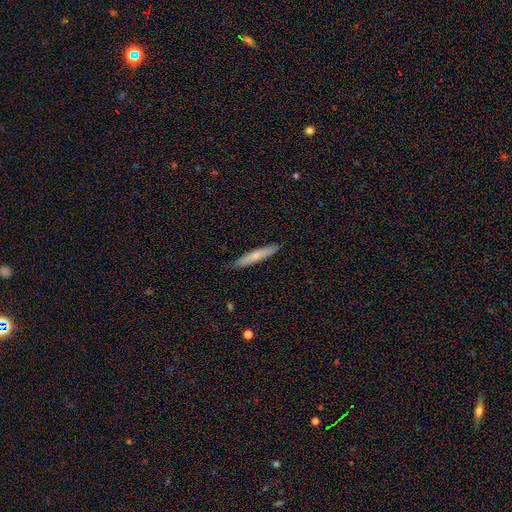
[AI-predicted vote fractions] Smooth or featured?
  - smooth: 64% *
  - featured or disk: 31%
  - star or artifact: 6%
How rounded?
  - cigar-shaped: 91% *
  - in between: 7%
  - round: 1%
Merging?
  - none: 87% *
  - minor disturbance: 10%
  - major disturbance: 2%
  - merger: 1%